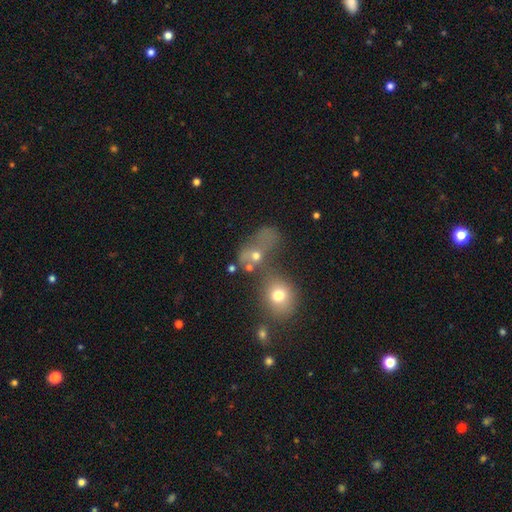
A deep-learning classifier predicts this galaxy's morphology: Smooth or featured? smooth (62%)
How rounded? round (53%)
Merging? merger (59%)